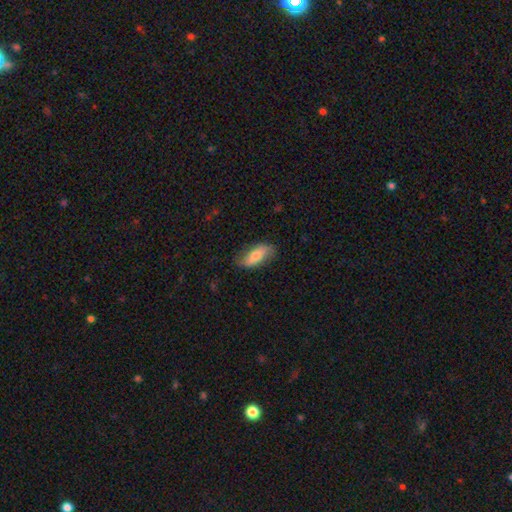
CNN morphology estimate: smooth-or-featured: smooth: 68% | featured or disk: 26% | star or artifact: 6%
  how-rounded: in between: 80% | cigar-shaped: 17% | round: 3%
  merging: none: 76% | minor disturbance: 18% | major disturbance: 4% | merger: 1%